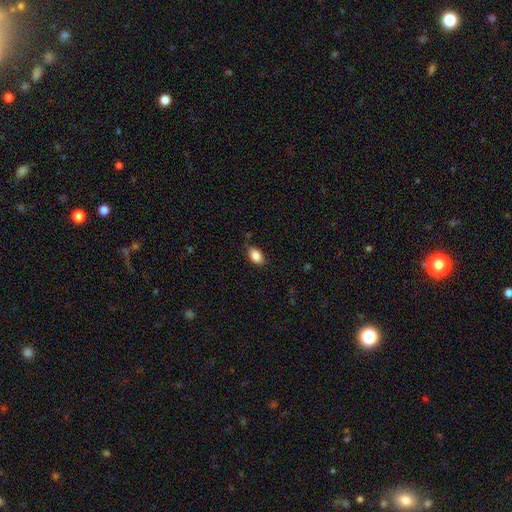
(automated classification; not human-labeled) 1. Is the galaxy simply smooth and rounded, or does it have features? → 87% smooth, 8% star or artifact, 5% featured or disk.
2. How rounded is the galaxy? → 89% in between, 10% round, 2% cigar-shaped.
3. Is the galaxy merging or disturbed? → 76% none, 19% minor disturbance, 3% major disturbance, 2% merger.